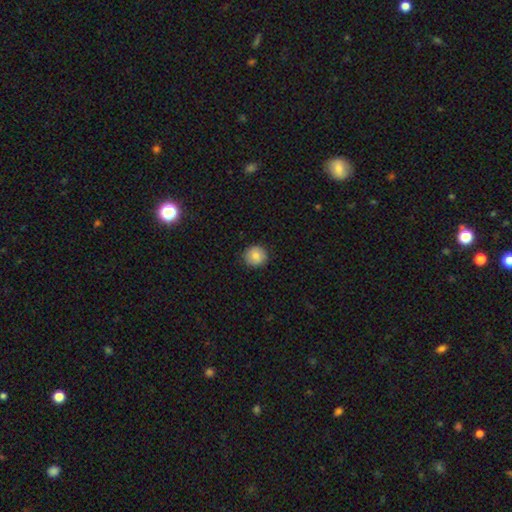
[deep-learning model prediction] Smooth or featured?
  - smooth: 81% *
  - featured or disk: 11%
  - star or artifact: 8%
How rounded?
  - round: 92% *
  - in between: 7%
  - cigar-shaped: 1%
Merging?
  - none: 89% *
  - minor disturbance: 8%
  - major disturbance: 2%
  - merger: 1%